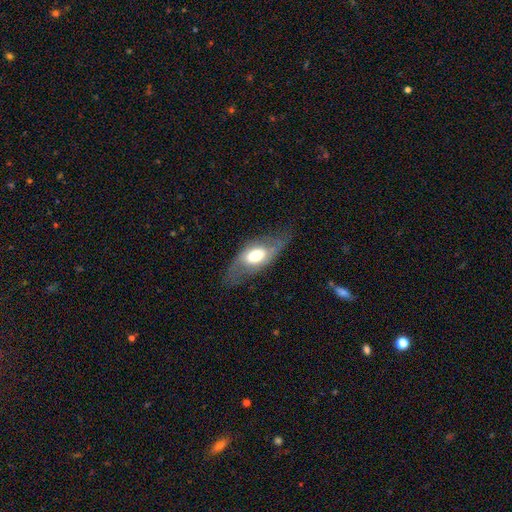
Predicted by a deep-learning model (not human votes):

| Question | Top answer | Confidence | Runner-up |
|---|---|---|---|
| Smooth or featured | featured or disk | 54% | smooth (40%) |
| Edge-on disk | no | 79% | yes (21%) |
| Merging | none | 69% | minor disturbance (19%) |